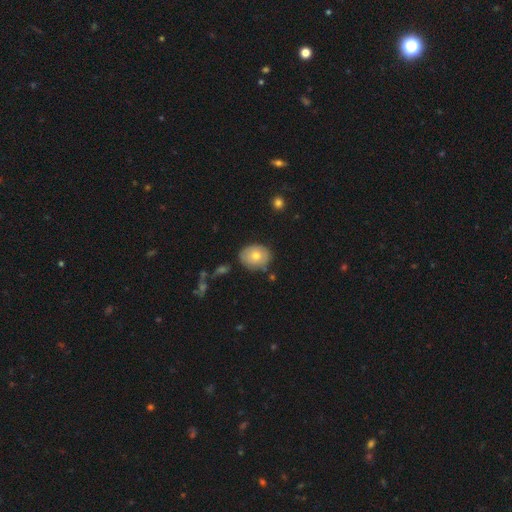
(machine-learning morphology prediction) This appears to be a smooth galaxy with no disk features (73%) that is in between round and cigar-shaped (56%). Merging: none (78%).